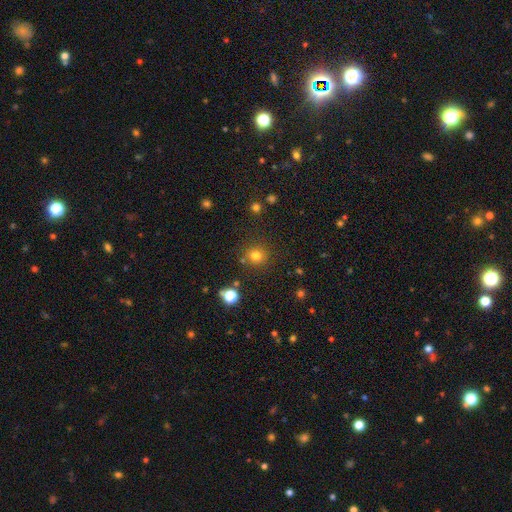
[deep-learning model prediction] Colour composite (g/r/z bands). It shows a smooth galaxy with no disk features (77%) that is round (91%). Merging: none (84%).